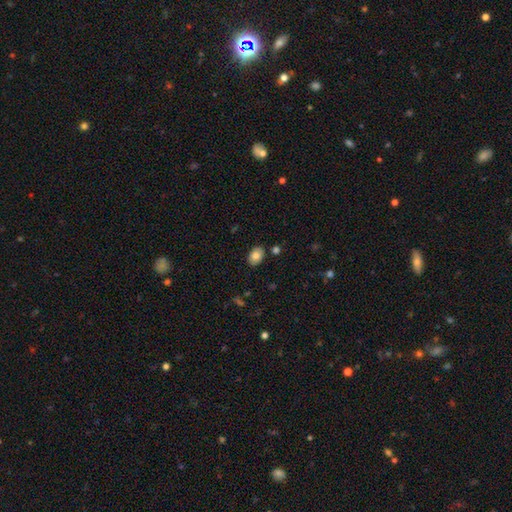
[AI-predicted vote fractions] This appears to be a smooth galaxy with no disk features (78%) that is in between round and cigar-shaped (82%). Merging: none (86%).